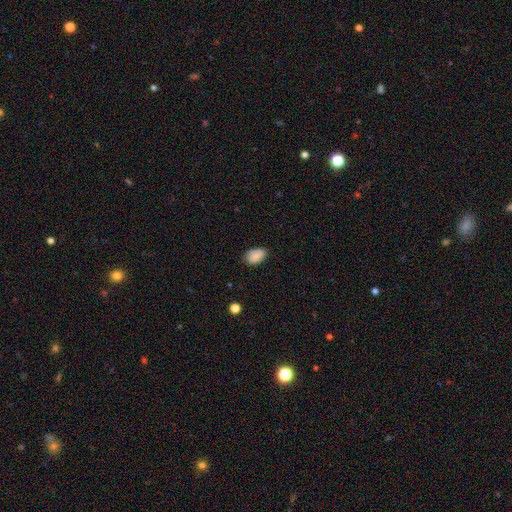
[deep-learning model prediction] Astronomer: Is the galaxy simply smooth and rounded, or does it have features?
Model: smooth — 85%.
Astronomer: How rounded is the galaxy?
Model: in between — 90%.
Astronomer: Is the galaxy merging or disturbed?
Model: none — 77%.